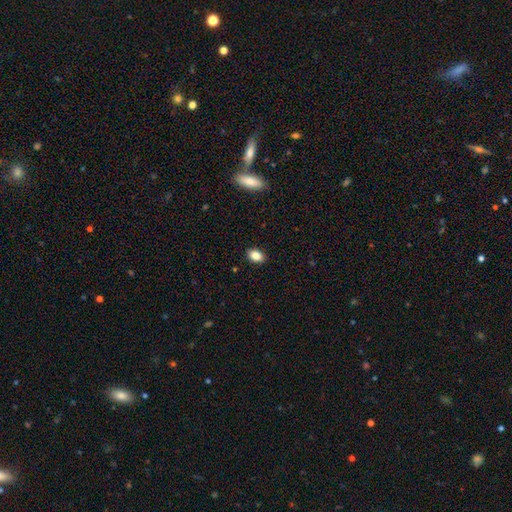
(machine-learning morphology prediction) Smooth or featured? Predicted: smooth (p=0.86). How rounded? Predicted: in between (p=0.84). Merging? Predicted: none (p=0.89).